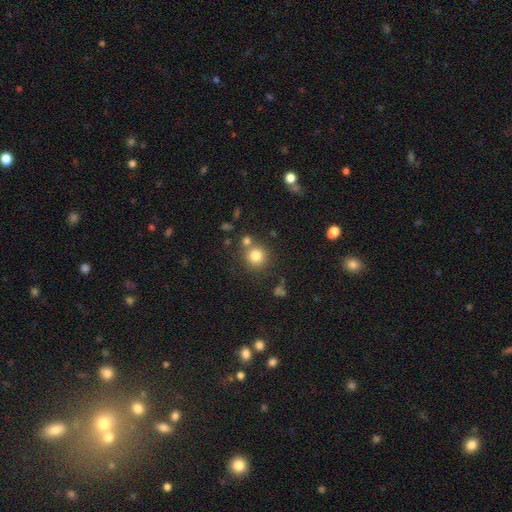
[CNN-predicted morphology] smooth_or_featured: smooth (p=0.80) [alt: star or artifact p=0.12]
how_rounded: round (p=0.91) [alt: in between p=0.08]
merging: none (p=0.72) [alt: merger p=0.15]